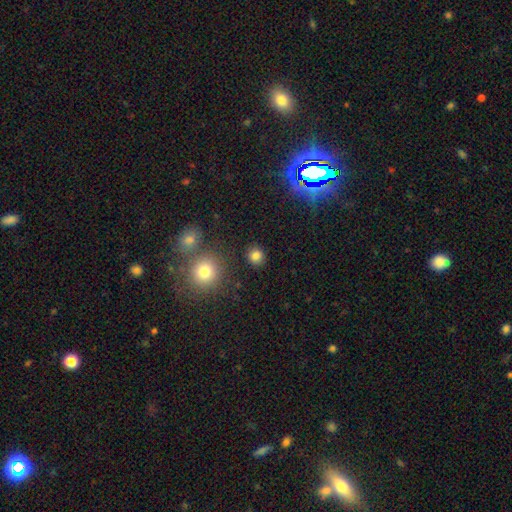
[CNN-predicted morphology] Smooth or featured? Predicted: smooth (p=0.81). How rounded? Predicted: round (p=0.84). Merging? Predicted: none (p=0.87).